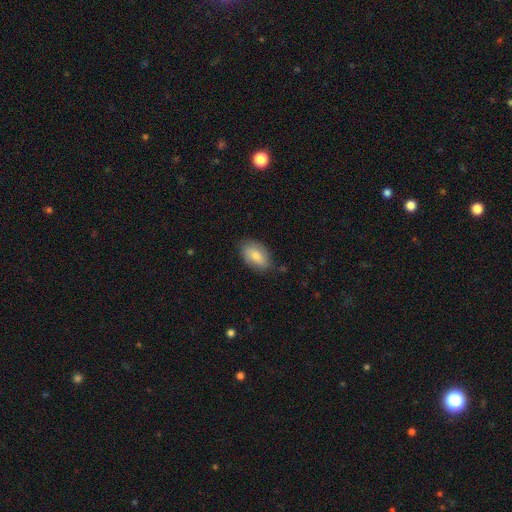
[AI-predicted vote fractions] This appears to be a smooth galaxy with no disk features (76%) that is in between round and cigar-shaped (91%). Merging: none (78%).